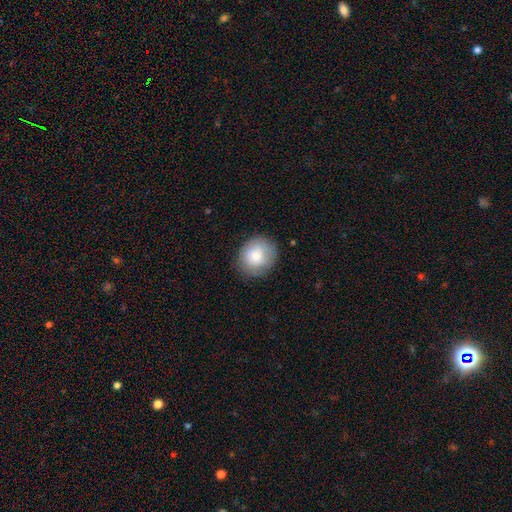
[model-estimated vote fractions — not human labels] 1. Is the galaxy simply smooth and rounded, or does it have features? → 79% smooth, 13% featured or disk, 7% star or artifact.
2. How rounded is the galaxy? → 81% round, 18% in between, 1% cigar-shaped.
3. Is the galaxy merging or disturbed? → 83% none, 13% minor disturbance, 3% major disturbance, 1% merger.